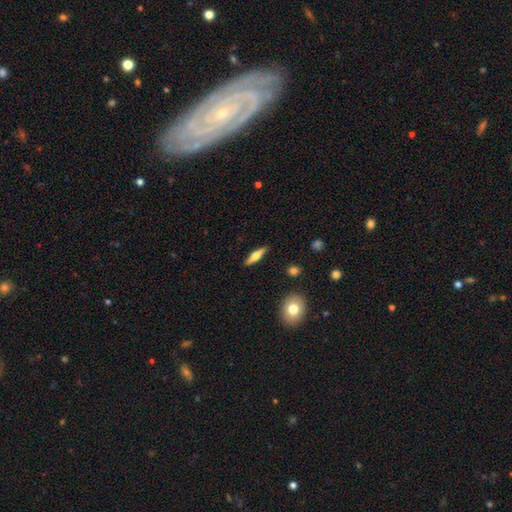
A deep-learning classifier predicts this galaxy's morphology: The model was most divided on "smooth or featured": featured or disk: 55%, smooth: 39%, star or artifact: 6%. More confident: edge-on disk — yes (95%); edge-on bulge — rounded (93%); merging — none (90%).